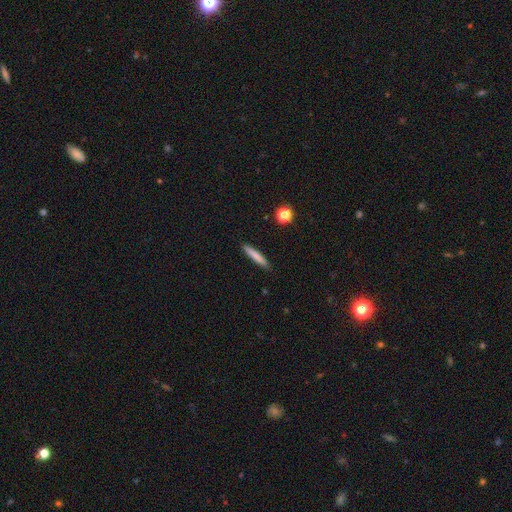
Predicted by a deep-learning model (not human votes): Smooth or featured?
  - smooth: 78% *
  - featured or disk: 15%
  - star or artifact: 7%
How rounded?
  - cigar-shaped: 93% *
  - in between: 6%
  - round: 1%
Merging?
  - none: 90% *
  - minor disturbance: 7%
  - major disturbance: 2%
  - merger: 1%